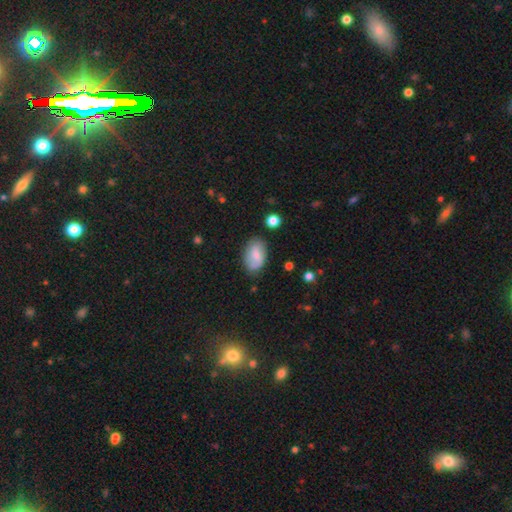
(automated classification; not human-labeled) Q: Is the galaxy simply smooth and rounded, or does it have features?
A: smooth — 67%.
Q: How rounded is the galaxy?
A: in between — 90%.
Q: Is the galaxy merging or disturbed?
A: none — 74%.